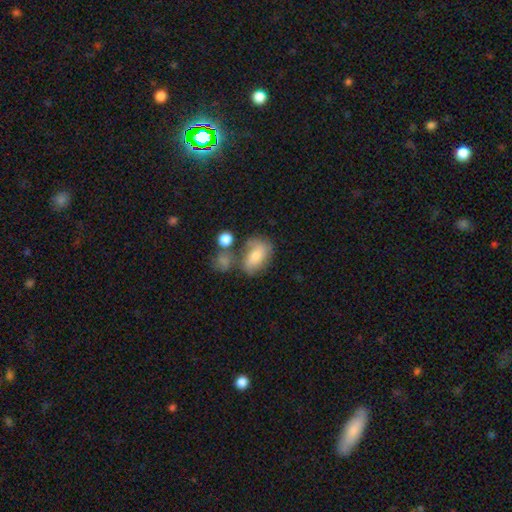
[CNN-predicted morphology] The model was most divided on "merging": none: 43%, merger: 23%, minor disturbance: 22%, major disturbance: 13%. More confident: how rounded — in between (83%); smooth or featured — smooth (60%).